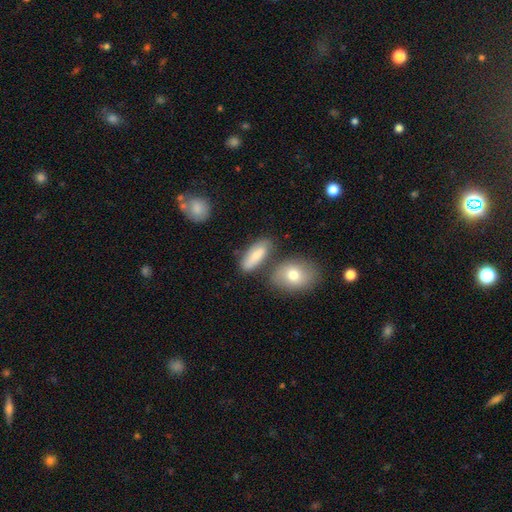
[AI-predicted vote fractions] smooth 79%, featured or disk 14%, star or artifact 7%. Down the decision tree: how rounded — in between (74%); merging — none (66%).